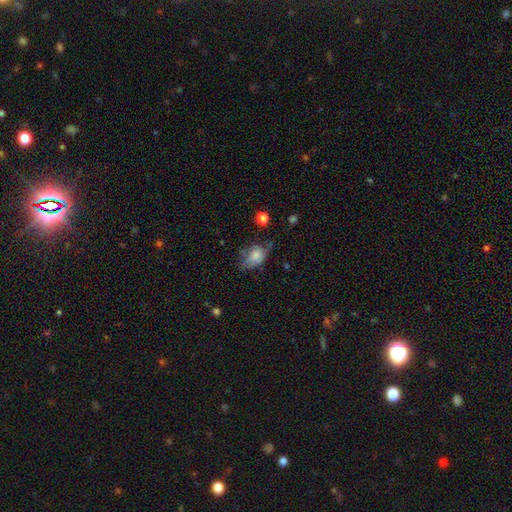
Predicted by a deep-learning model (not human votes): A smooth galaxy with no disk features (68%) that is in between round and cigar-shaped (80%). Merging: minor disturbance (36%).